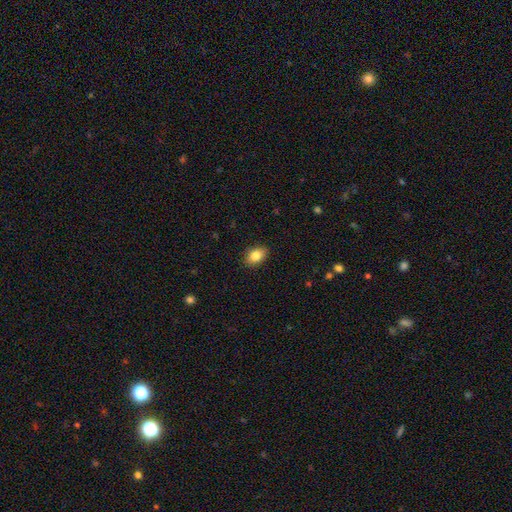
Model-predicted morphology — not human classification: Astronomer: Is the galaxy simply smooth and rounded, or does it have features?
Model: smooth — 83%.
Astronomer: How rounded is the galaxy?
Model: in between — 82%.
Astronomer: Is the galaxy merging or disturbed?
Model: none — 89%.